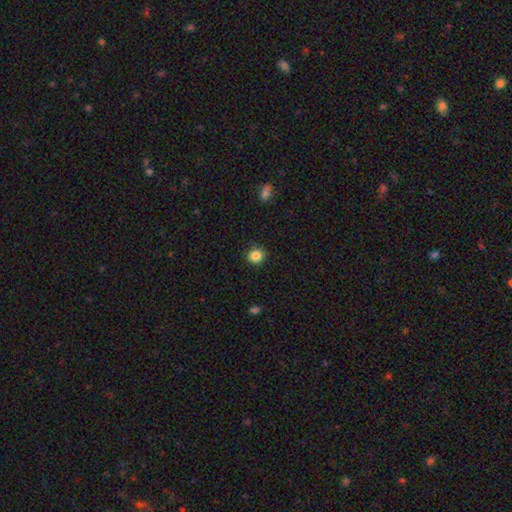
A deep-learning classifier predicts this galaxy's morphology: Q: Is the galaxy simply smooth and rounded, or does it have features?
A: smooth — 85%.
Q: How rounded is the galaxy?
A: round — 84%.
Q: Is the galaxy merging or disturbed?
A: none — 90%.